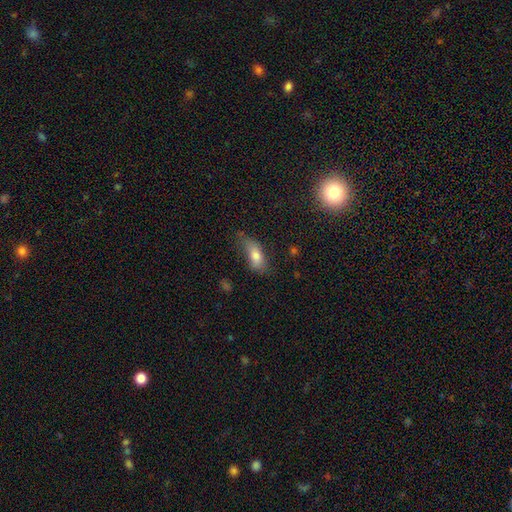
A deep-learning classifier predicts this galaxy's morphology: A smooth galaxy with no disk features (73%) that is in between round and cigar-shaped (77%).

Vote fractions:
- Smooth or featured? smooth: 73% / featured or disk: 17% / star or artifact: 10%
- How rounded? in between: 77% / cigar-shaped: 18% / round: 5%
- Merging? none: 49% / minor disturbance: 32% / major disturbance: 16% / merger: 3%